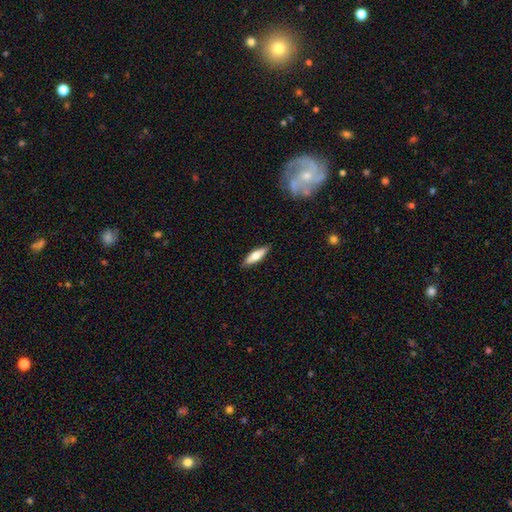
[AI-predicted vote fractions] smooth-or-featured: smooth: 59% | featured or disk: 35% | star or artifact: 6%
  how-rounded: cigar-shaped: 59% | in between: 39% | round: 2%
  merging: none: 88% | minor disturbance: 10% | major disturbance: 2% | merger: 1%